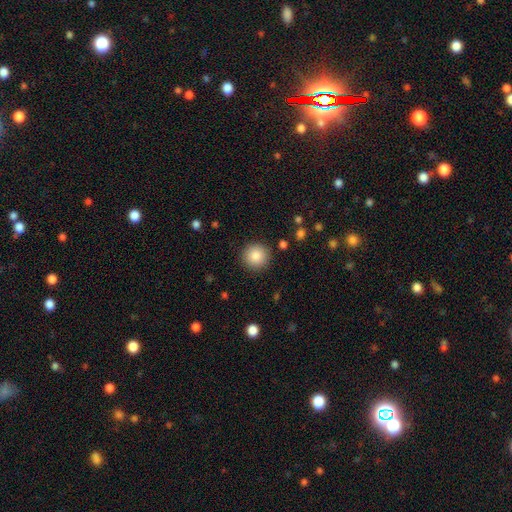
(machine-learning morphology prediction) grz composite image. It shows a smooth galaxy with no disk features (86%) that is round (94%). Merging: none (90%).